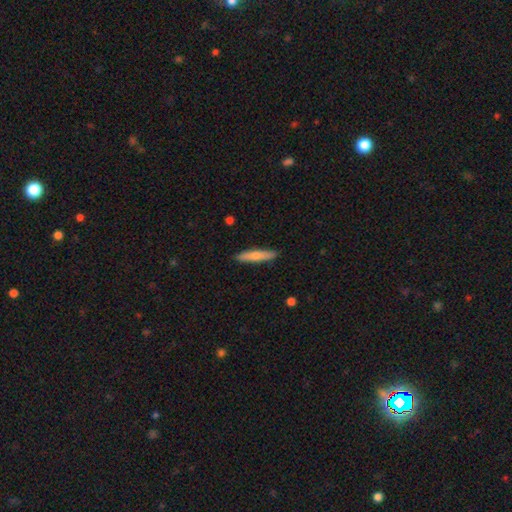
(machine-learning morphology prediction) This appears to be a smooth galaxy with no disk features (72%) that is cigar-shaped (90%). Merging: none (90%).